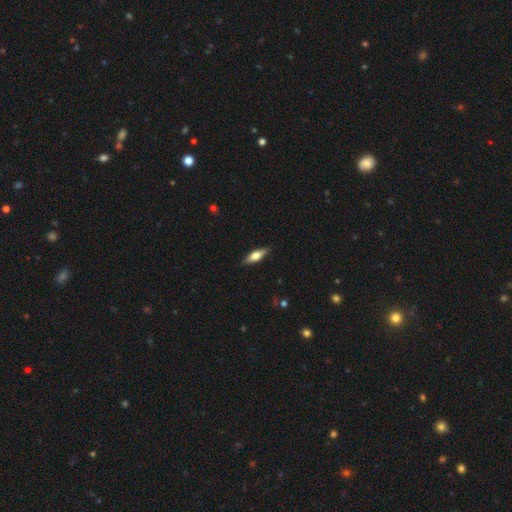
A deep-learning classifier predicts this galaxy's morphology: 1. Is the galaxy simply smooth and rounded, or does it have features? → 54% smooth, 40% featured or disk, 6% star or artifact.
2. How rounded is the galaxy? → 50% in between, 48% cigar-shaped, 2% round.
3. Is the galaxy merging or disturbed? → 87% none, 10% minor disturbance, 2% major disturbance, 1% merger.